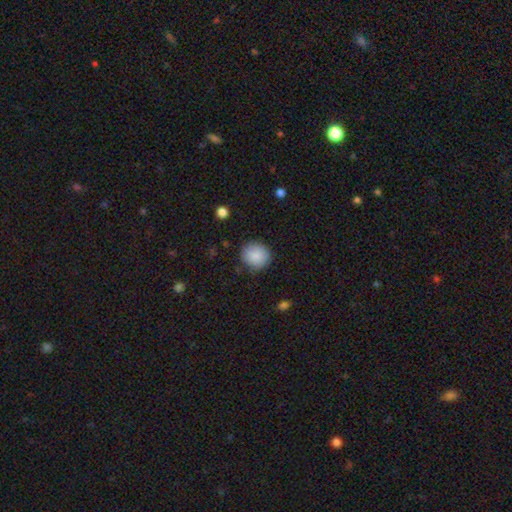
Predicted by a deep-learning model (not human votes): A smooth galaxy with no disk features (88%) that is round (87%).

Vote fractions:
- Smooth or featured? smooth: 88% / star or artifact: 7% / featured or disk: 4%
- How rounded? round: 87% / in between: 12% / cigar-shaped: 1%
- Merging? none: 87% / minor disturbance: 9% / major disturbance: 3% / merger: 1%